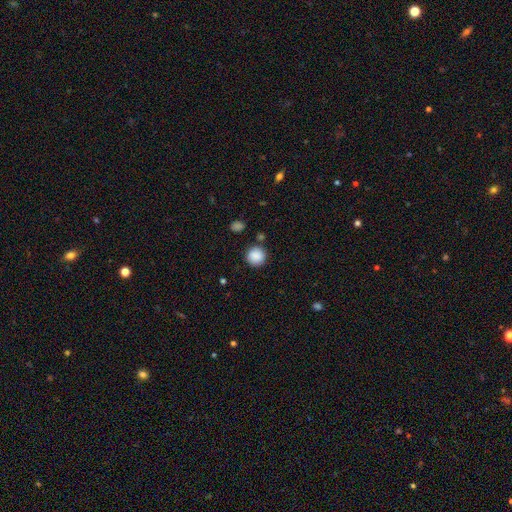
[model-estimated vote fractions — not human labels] Overall: smooth (88%). How rounded: round (93%). Merging: none (85%).